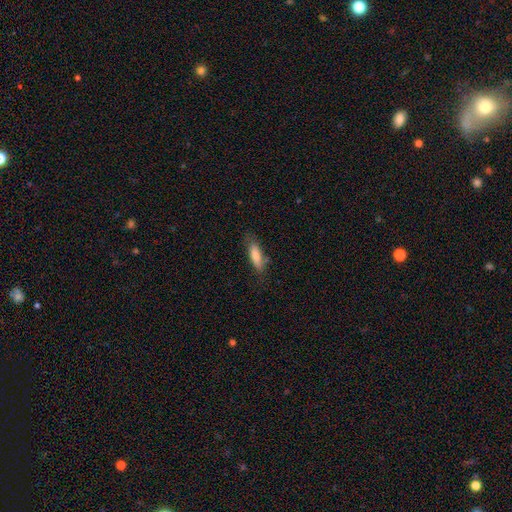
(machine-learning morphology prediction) The model was most divided on "how rounded": cigar-shaped: 52%, in between: 47%, round: 2%. More confident: smooth or featured — smooth (81%); merging — none (72%).